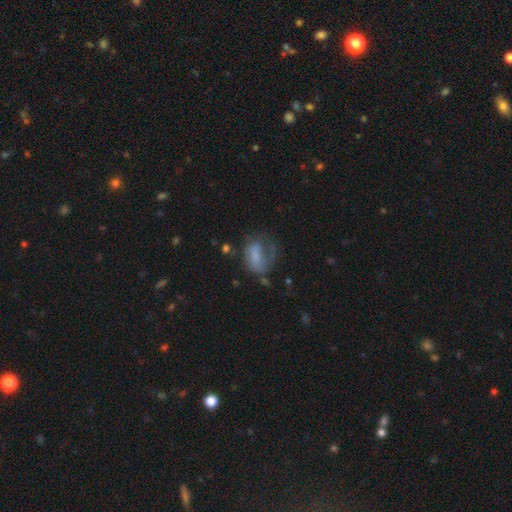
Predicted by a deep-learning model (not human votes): This appears to be a smooth galaxy with no disk features (53%) that is in between round and cigar-shaped (76%). Merging: major disturbance (41%).